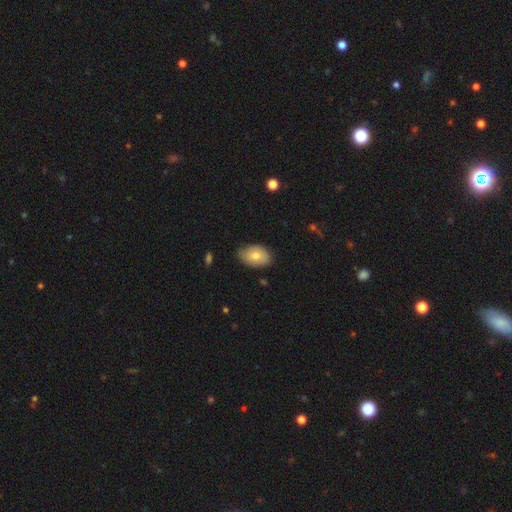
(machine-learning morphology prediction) This is likely a smooth galaxy (73%). How rounded: clearly in between (89%). Merging: likely none (77%).